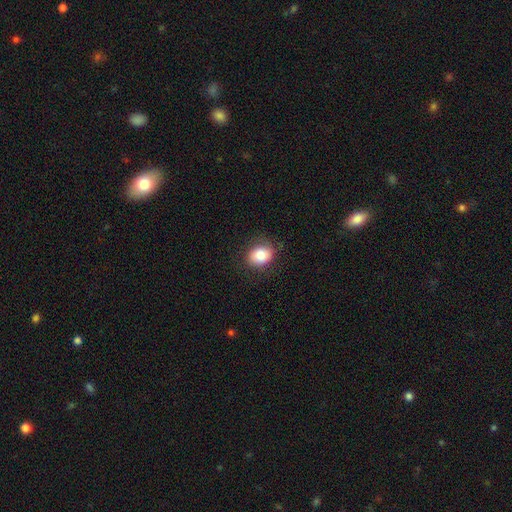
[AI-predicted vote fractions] Smooth or featured? Predicted: smooth (p=0.74). How rounded? Predicted: round (p=0.68). Merging? Predicted: none (p=0.88).